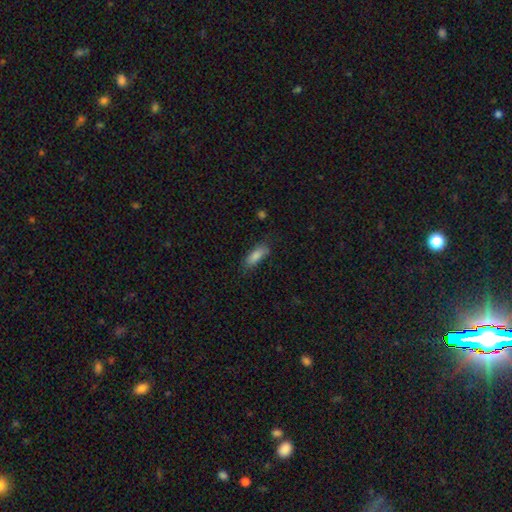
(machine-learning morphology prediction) Q: Smooth or featured?
A: smooth (83%); runner-up: featured or disk (9%)
Q: How rounded?
A: in between (63%); runner-up: cigar-shaped (35%)
Q: Merging?
A: none (70%); runner-up: minor disturbance (23%)